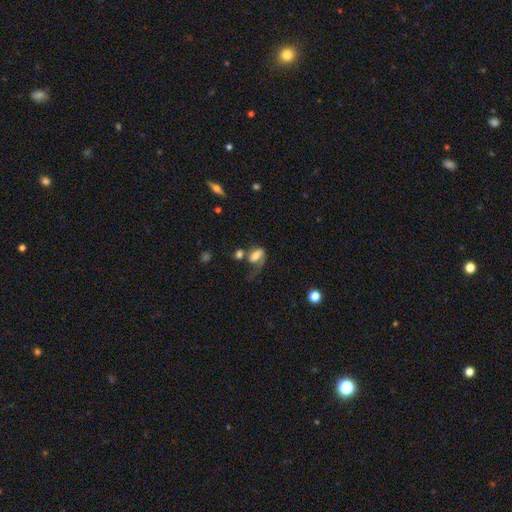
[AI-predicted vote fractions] smooth-or-featured: smooth: 46% | featured or disk: 44% | star or artifact: 10%
  merging: major disturbance: 39% | none: 24% | merger: 21% | minor disturbance: 17%